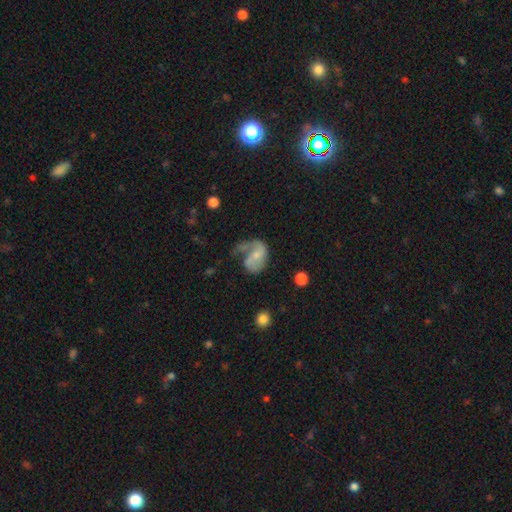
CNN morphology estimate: featured or disk 64%, smooth 28%, star or artifact 8%. Down the decision tree: edge-on disk — no (97%); bar — no (50%); spiral arms — yes (84%); spiral arm count — 1 (55%); spiral winding — loose (52%); bulge size — small (50%); merging — major disturbance (46%).